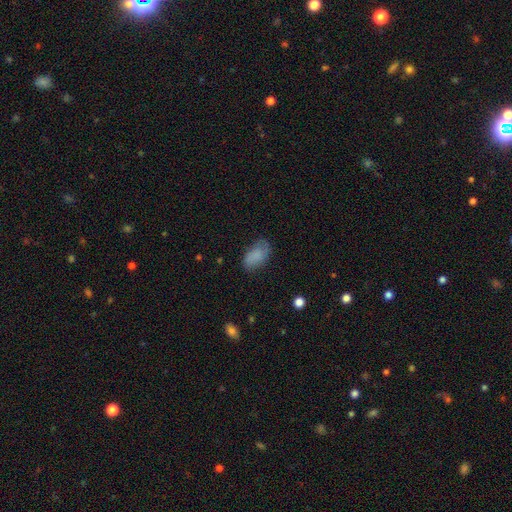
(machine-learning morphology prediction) smooth_or_featured: smooth (p=0.80) [alt: featured or disk p=0.12]
how_rounded: in between (p=0.93) [alt: round p=0.05]
merging: none (p=0.66) [alt: minor disturbance p=0.25]